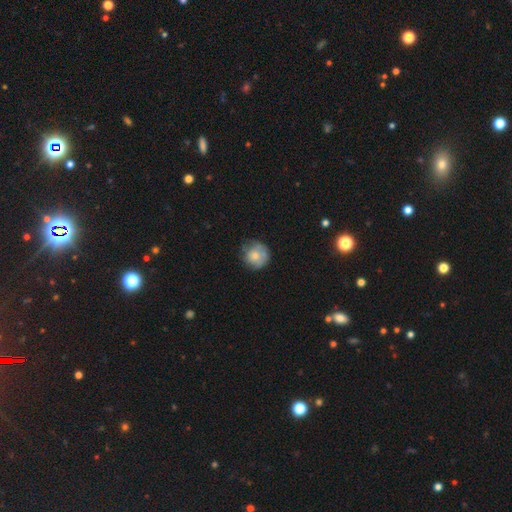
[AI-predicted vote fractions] This appears to be a smooth galaxy with no disk features (69%) that is round (90%). Merging: none (65%).